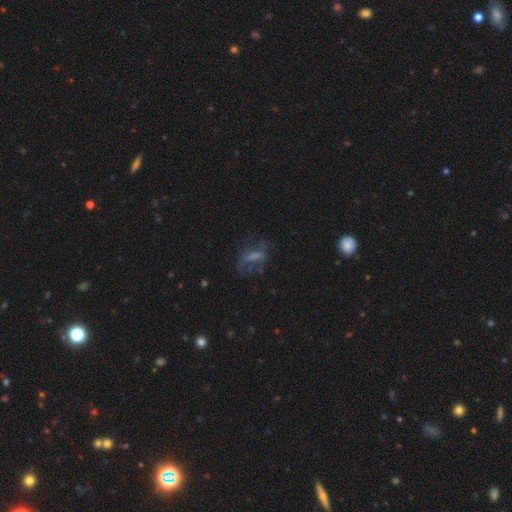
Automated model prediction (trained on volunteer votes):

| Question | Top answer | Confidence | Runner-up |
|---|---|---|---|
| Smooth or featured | featured or disk | 44% | smooth (35%) |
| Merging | none | 52% | major disturbance (24%) |